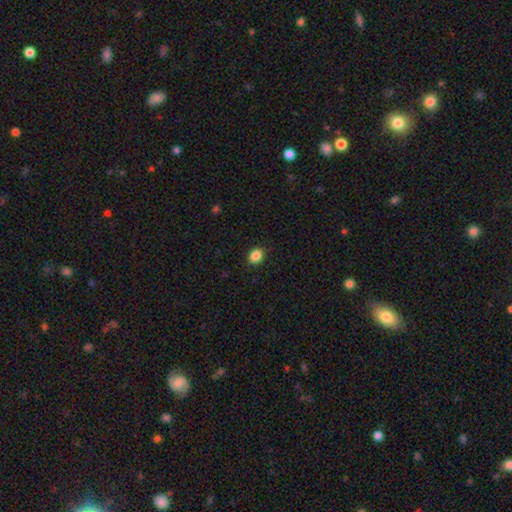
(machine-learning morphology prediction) Smooth or featured?
  - smooth: 87% *
  - star or artifact: 10%
  - featured or disk: 3%
How rounded?
  - round: 54% *
  - in between: 46%
  - cigar-shaped: 1%
Merging?
  - none: 88% *
  - minor disturbance: 9%
  - major disturbance: 2%
  - merger: 1%